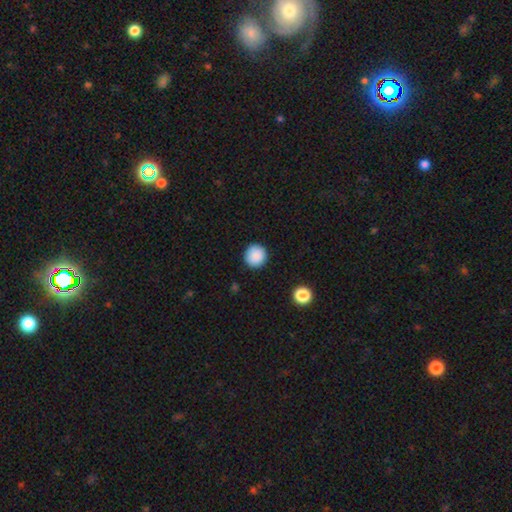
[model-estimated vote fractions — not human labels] The model was most divided on "smooth or featured": smooth: 89%, star or artifact: 8%, featured or disk: 3%. More confident: how rounded — round (95%); merging — none (92%).